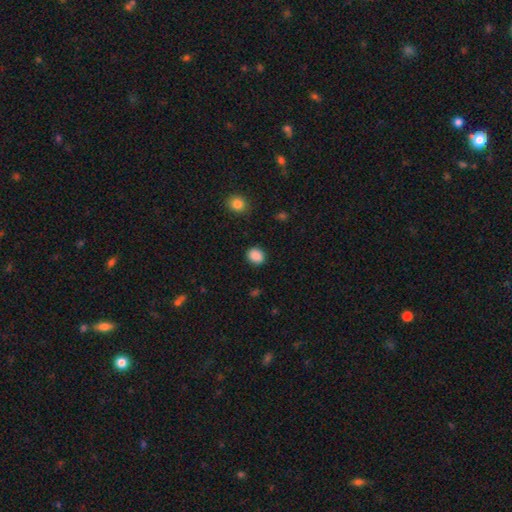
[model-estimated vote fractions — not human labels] A smooth galaxy with no disk features (88%) that is round (68%).

Vote fractions:
- Smooth or featured? smooth: 88% / star or artifact: 9% / featured or disk: 3%
- How rounded? round: 68% / in between: 31% / cigar-shaped: 1%
- Merging? none: 88% / minor disturbance: 8% / major disturbance: 3% / merger: 1%